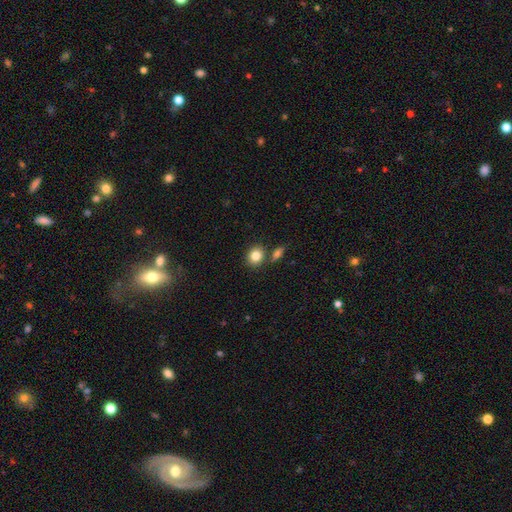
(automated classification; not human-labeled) smooth_or_featured: smooth (p=0.84) [alt: star or artifact p=0.09]
how_rounded: round (p=0.69) [alt: in between p=0.30]
merging: none (p=0.70) [alt: merger p=0.17]